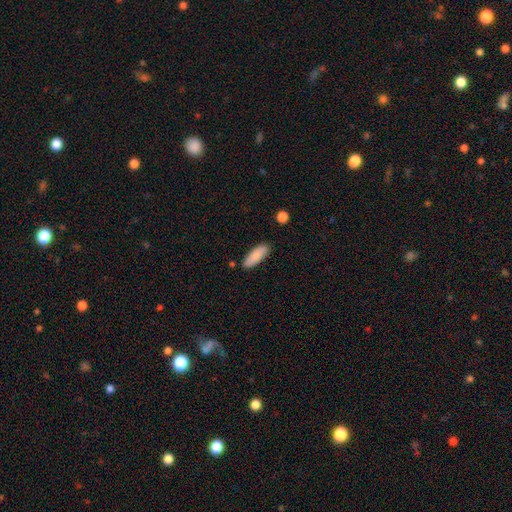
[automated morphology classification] Smooth or featured? Predicted: smooth (p=0.85). How rounded? Predicted: in between (p=0.66). Merging? Predicted: none (p=0.85).